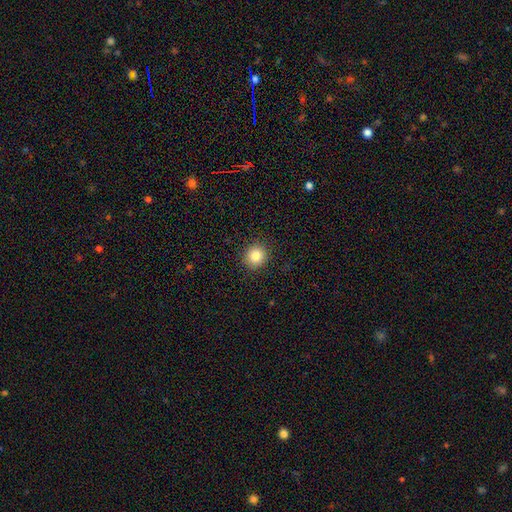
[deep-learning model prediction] smooth-or-featured: smooth: 85% | star or artifact: 10% | featured or disk: 5%
  how-rounded: round: 89% | in between: 10% | cigar-shaped: 1%
  merging: none: 91% | minor disturbance: 6% | major disturbance: 2% | merger: 1%